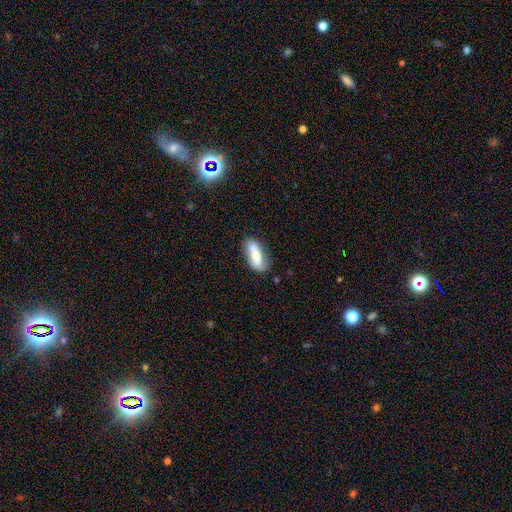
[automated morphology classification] Smooth or featured? Predicted: smooth (p=0.60). How rounded? Predicted: in between (p=0.72). Merging? Predicted: none (p=0.67).